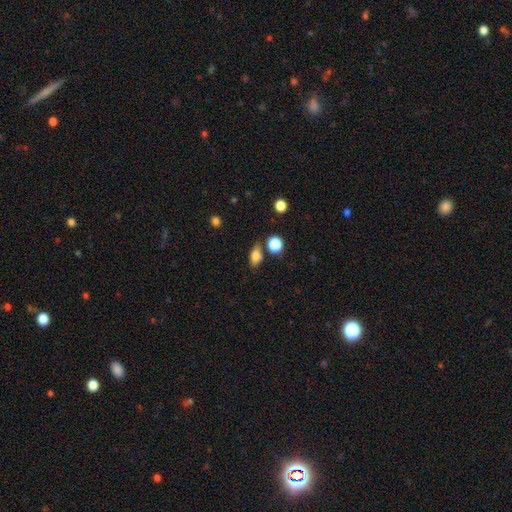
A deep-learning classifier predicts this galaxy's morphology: Smooth or featured?
  - smooth: 81% *
  - star or artifact: 11%
  - featured or disk: 8%
How rounded?
  - in between: 79% *
  - round: 18%
  - cigar-shaped: 3%
Merging?
  - none: 70% *
  - minor disturbance: 16%
  - merger: 10%
  - major disturbance: 4%